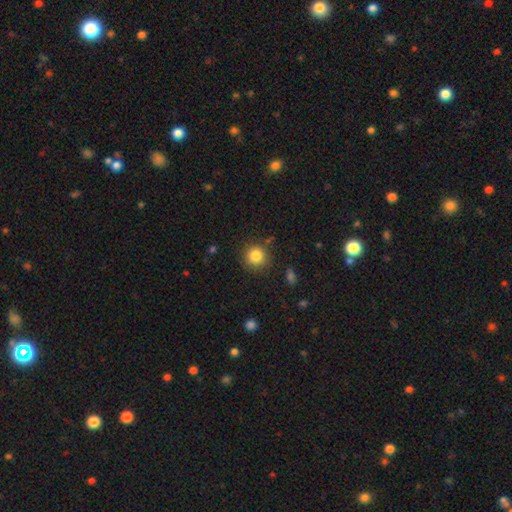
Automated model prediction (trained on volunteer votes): The model was most divided on "smooth or featured": smooth: 84%, star or artifact: 10%, featured or disk: 5%. More confident: how rounded — round (93%); merging — none (86%).